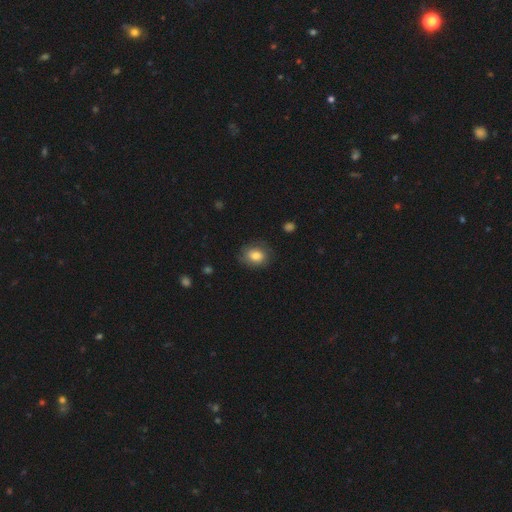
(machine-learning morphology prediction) A smooth galaxy with no disk features (77%) that is in between round and cigar-shaped (52%). Merging: none (76%).